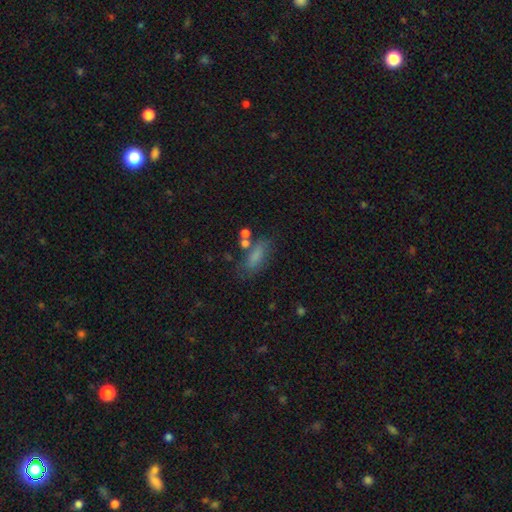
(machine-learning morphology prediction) Smooth or featured?
  - smooth: 75% *
  - featured or disk: 14%
  - star or artifact: 11%
How rounded?
  - in between: 62% *
  - cigar-shaped: 33%
  - round: 4%
Merging?
  - none: 64% *
  - minor disturbance: 19%
  - merger: 9%
  - major disturbance: 8%